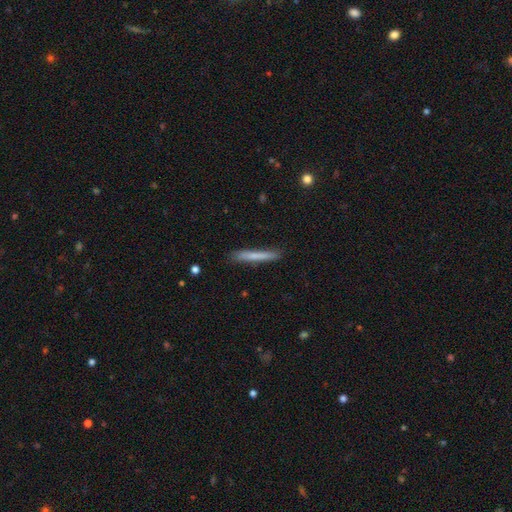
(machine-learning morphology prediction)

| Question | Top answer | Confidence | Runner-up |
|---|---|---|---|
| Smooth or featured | smooth | 68% | featured or disk (25%) |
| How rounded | cigar-shaped | 96% | in between (3%) |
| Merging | none | 84% | minor disturbance (12%) |